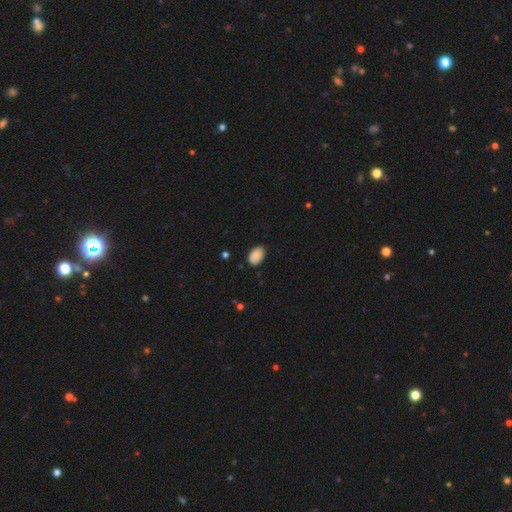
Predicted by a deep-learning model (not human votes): Overall: smooth (89%). How rounded: in between (88%). Merging: none (82%).